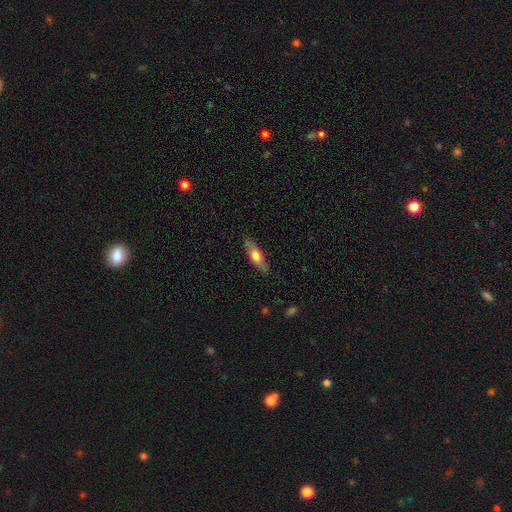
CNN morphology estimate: A smooth galaxy with no disk features (57%) that is cigar-shaped (52%). Merging: none (84%).